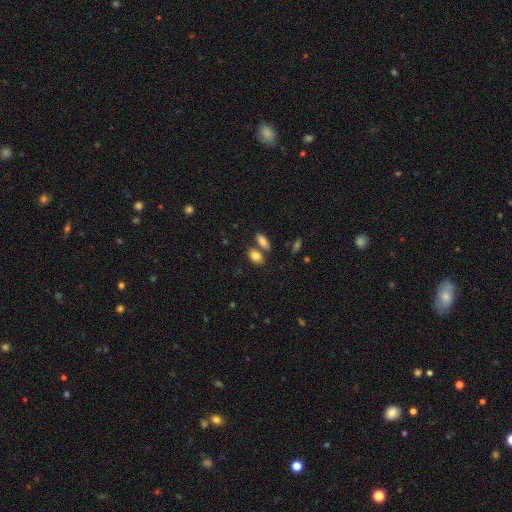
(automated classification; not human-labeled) Q: Smooth or featured?
A: smooth (84%); runner-up: star or artifact (8%)
Q: How rounded?
A: in between (86%); runner-up: round (11%)
Q: Merging?
A: none (59%); runner-up: merger (27%)